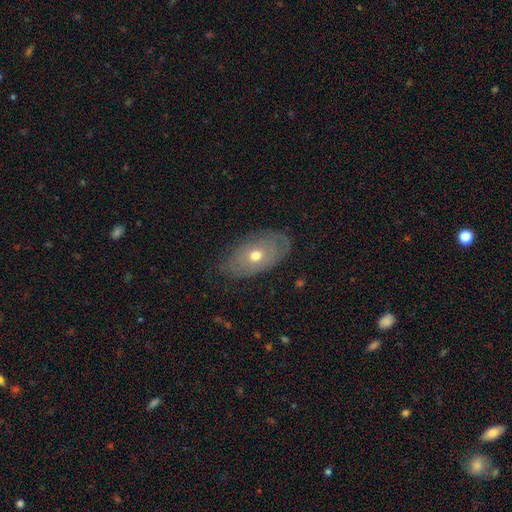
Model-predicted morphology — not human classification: This appears to be a featured or disk galaxy (48%). Merging: none (71%).